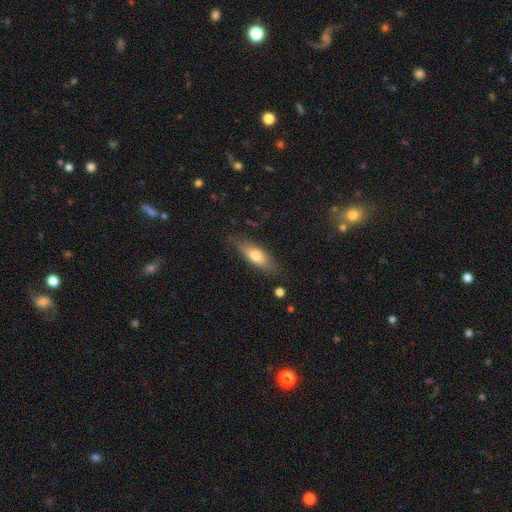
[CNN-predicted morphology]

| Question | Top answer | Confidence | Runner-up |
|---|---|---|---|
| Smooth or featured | smooth | 65% | featured or disk (28%) |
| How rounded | in between | 57% | cigar-shaped (40%) |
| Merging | none | 79% | minor disturbance (15%) |